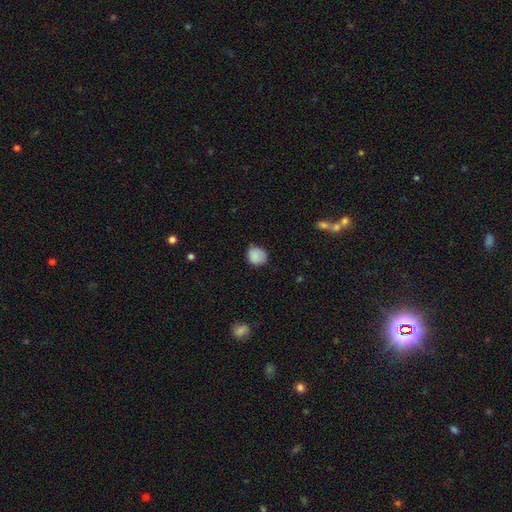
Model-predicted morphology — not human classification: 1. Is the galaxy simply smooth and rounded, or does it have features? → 86% smooth, 8% star or artifact, 5% featured or disk.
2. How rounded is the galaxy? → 75% round, 24% in between, 1% cigar-shaped.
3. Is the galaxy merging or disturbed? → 71% none, 24% minor disturbance, 4% major disturbance, 1% merger.